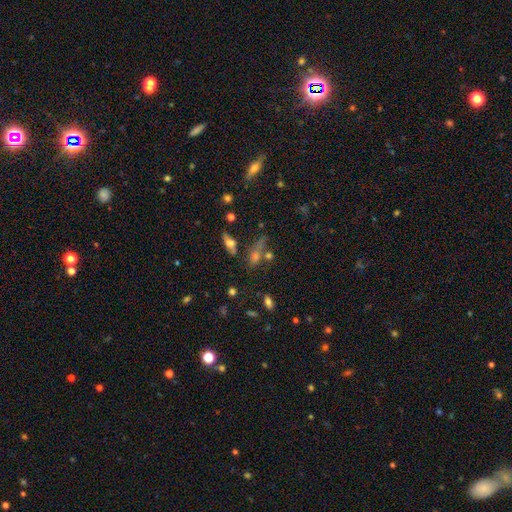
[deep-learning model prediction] Smooth or featured?
  - smooth: 47% *
  - star or artifact: 29%
  - featured or disk: 24%
Merging?
  - none: 51% *
  - merger: 26%
  - minor disturbance: 13%
  - major disturbance: 10%